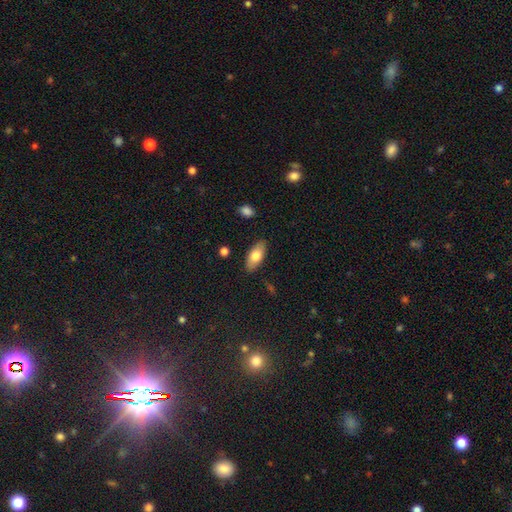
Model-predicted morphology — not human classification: Q: Smooth or featured?
A: smooth (74%); runner-up: featured or disk (19%)
Q: How rounded?
A: in between (87%); runner-up: cigar-shaped (10%)
Q: Merging?
A: none (87%); runner-up: minor disturbance (10%)